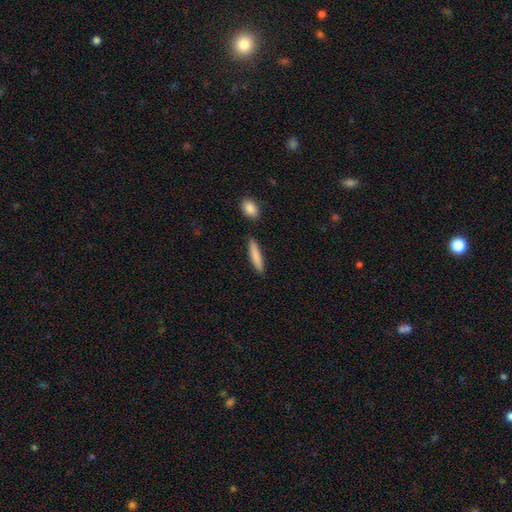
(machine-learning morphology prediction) Smooth or featured? Predicted: smooth (p=0.82). How rounded? Predicted: cigar-shaped (p=0.86). Merging? Predicted: none (p=0.86).